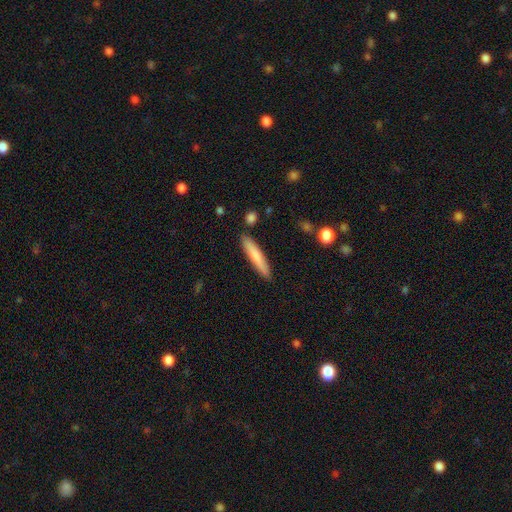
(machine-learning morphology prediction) Overall: smooth (73%). How rounded: cigar-shaped (91%). Merging: none (88%).